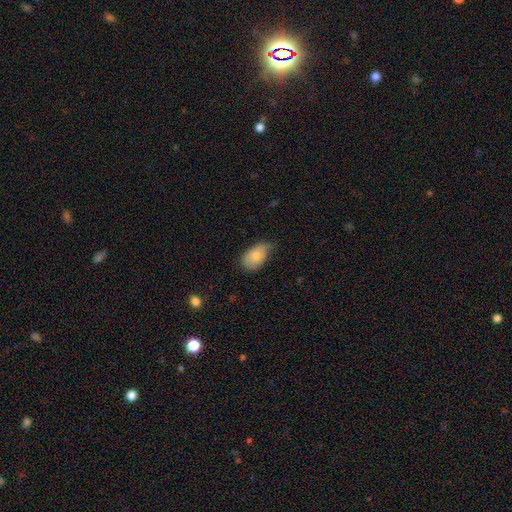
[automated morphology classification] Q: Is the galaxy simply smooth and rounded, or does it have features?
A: smooth — 77%.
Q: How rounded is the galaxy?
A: in between — 90%.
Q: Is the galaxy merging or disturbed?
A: minor disturbance — 43%, tied with none.